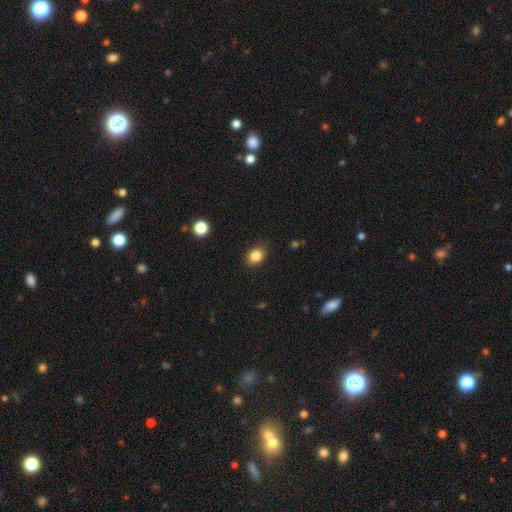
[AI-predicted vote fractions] Smooth or featured: smooth — 85% (star or artifact — 10%)
How rounded: in between — 59% (round — 40%)
Merging: none — 84% (minor disturbance — 12%)